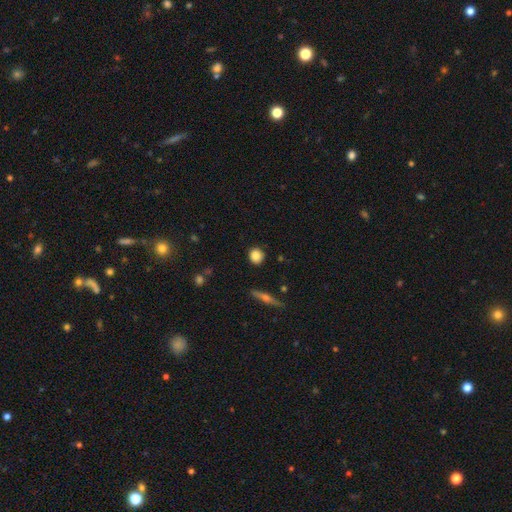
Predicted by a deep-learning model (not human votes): smooth_or_featured: smooth (p=0.85) [alt: star or artifact p=0.08]
how_rounded: round (p=0.84) [alt: in between p=0.14]
merging: none (p=0.89) [alt: minor disturbance p=0.07]